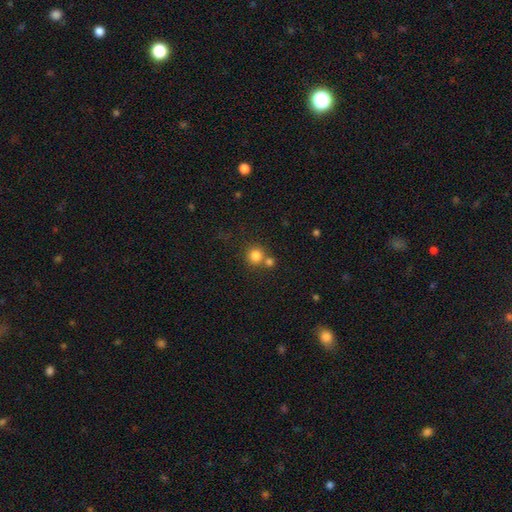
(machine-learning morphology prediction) This is clearly a smooth galaxy (81%). How rounded: clearly round (93%). Merging: likely none (62%).